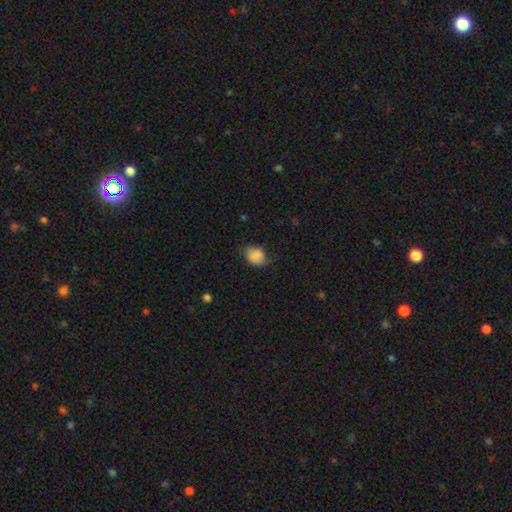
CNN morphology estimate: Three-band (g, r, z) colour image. It shows a smooth galaxy with no disk features (84%) that is in between round and cigar-shaped (52%). Merging: none (64%).